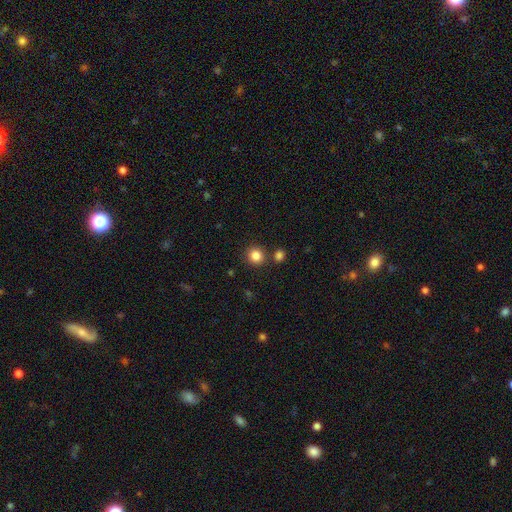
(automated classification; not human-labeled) A smooth galaxy with no disk features (85%) that is round (89%).

Vote fractions:
- Smooth or featured? smooth: 85% / star or artifact: 11% / featured or disk: 4%
- How rounded? round: 89% / in between: 11% / cigar-shaped: 1%
- Merging? none: 81% / merger: 9% / minor disturbance: 7% / major disturbance: 3%